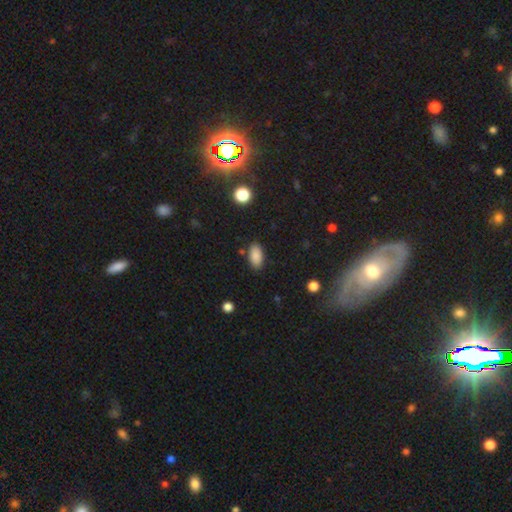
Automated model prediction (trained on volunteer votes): This appears to be a smooth galaxy with no disk features (88%) that is in between round and cigar-shaped (92%). Merging: none (87%).